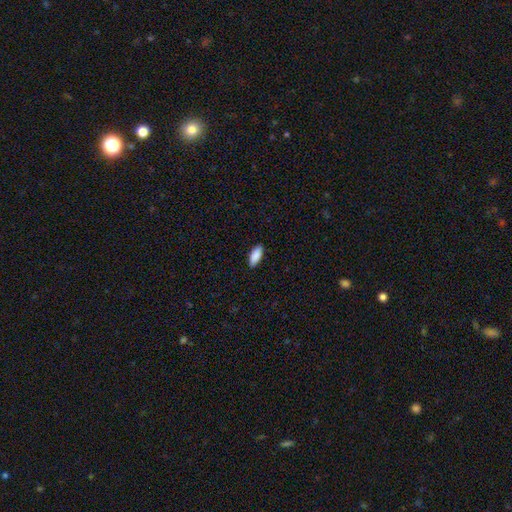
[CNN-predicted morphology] This is clearly a smooth galaxy (89%). How rounded: clearly in between (82%). Merging: clearly none (88%).